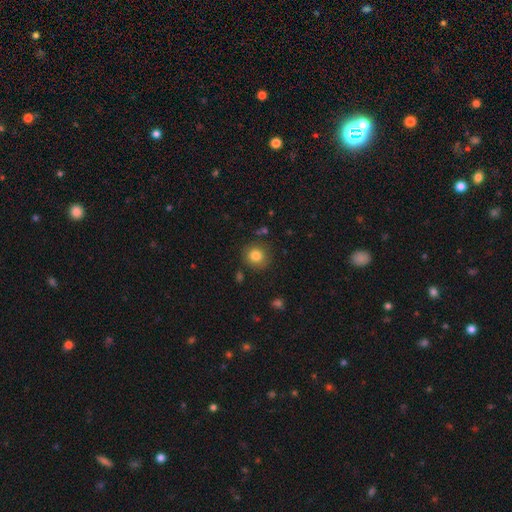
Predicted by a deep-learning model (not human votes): Smooth or featured? smooth (82%)
How rounded? round (88%)
Merging? none (85%)